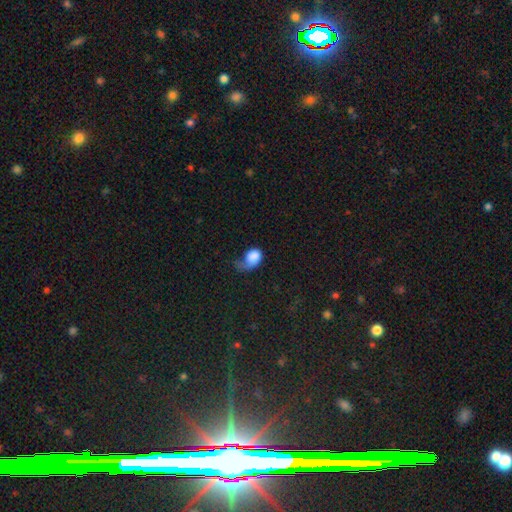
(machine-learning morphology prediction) This is likely a smooth galaxy (70%). How rounded: likely in between (66%). Merging: possibly major disturbance (53%).